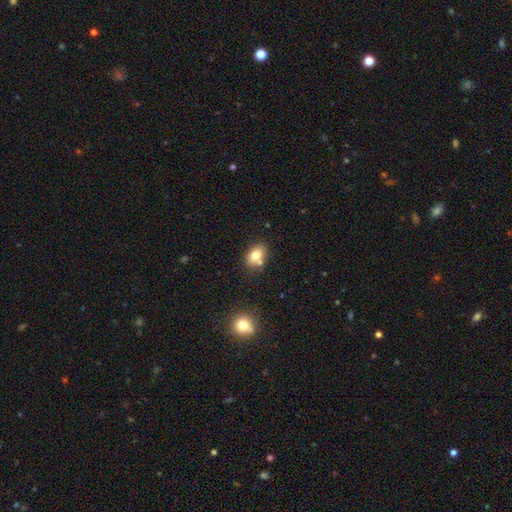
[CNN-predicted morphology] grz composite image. It shows a smooth galaxy with no disk features (76%) that is in between round and cigar-shaped (79%). Merging: none (63%).